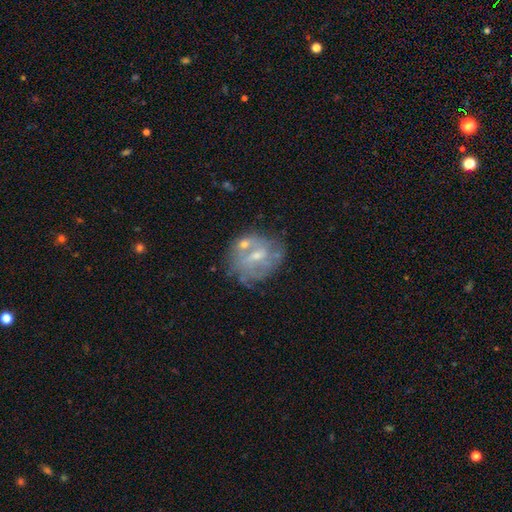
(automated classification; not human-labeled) This is likely a featured or disk galaxy (65%). It is clearly not viewed edge-on (96%). Bar: possibly weak (49%). Spiral arm pattern: possibly yes (57%). Central bulge: possibly small (56%). Merging: possibly none (53%).